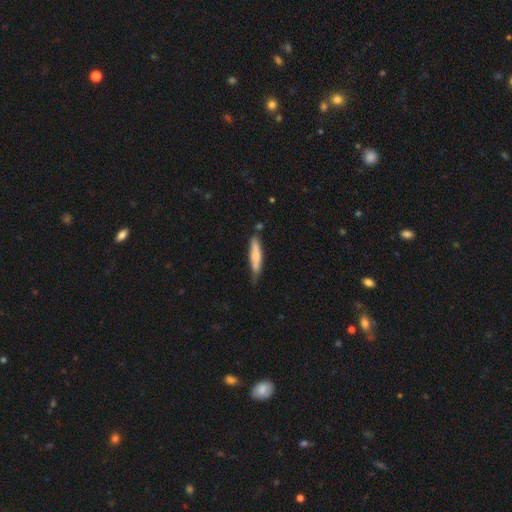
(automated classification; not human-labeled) A smooth galaxy with no disk features (66%) that is cigar-shaped (83%).

Vote fractions:
- Smooth or featured? smooth: 66% / featured or disk: 28% / star or artifact: 6%
- How rounded? cigar-shaped: 83% / in between: 15% / round: 1%
- Merging? none: 51% / minor disturbance: 34% / major disturbance: 7% / merger: 7%